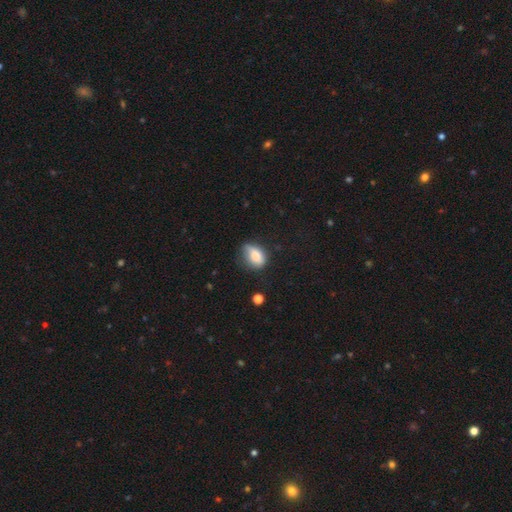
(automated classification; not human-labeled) Smooth or featured?
  - smooth: 80% *
  - featured or disk: 11%
  - star or artifact: 8%
How rounded?
  - in between: 81% *
  - round: 16%
  - cigar-shaped: 3%
Merging?
  - none: 46% *
  - minor disturbance: 38%
  - major disturbance: 12%
  - merger: 3%